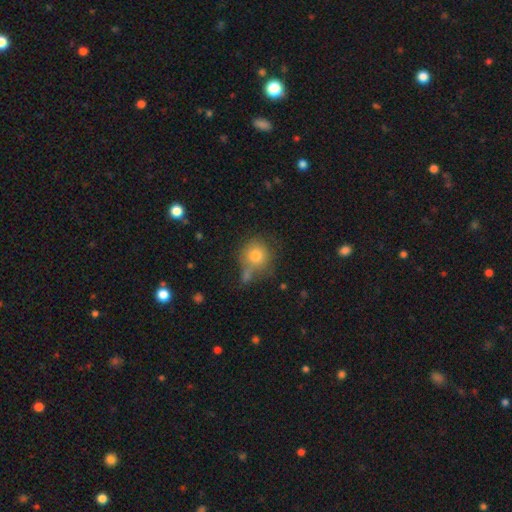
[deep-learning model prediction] Smooth or featured?
  - smooth: 78% *
  - featured or disk: 11%
  - star or artifact: 11%
How rounded?
  - round: 87% *
  - in between: 11%
  - cigar-shaped: 1%
Merging?
  - none: 57% *
  - minor disturbance: 18%
  - merger: 17%
  - major disturbance: 8%